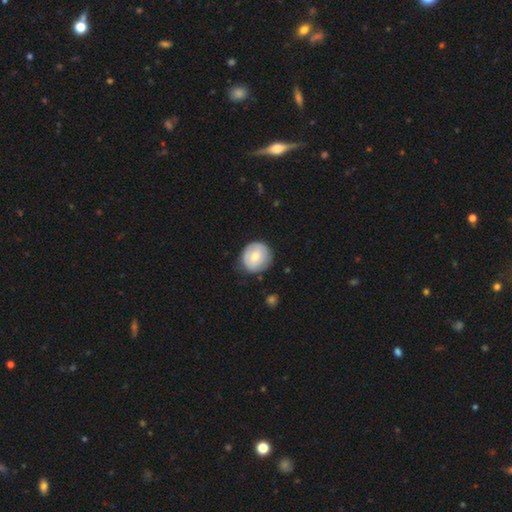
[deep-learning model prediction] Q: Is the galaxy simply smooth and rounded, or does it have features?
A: smooth — 63%.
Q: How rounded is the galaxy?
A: round — 88%.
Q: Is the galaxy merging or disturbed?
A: none — 79%.